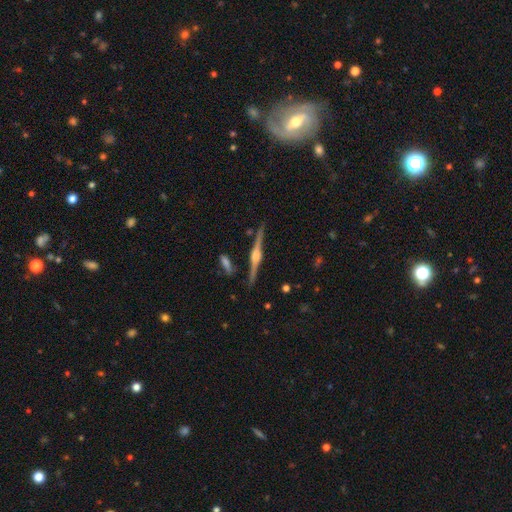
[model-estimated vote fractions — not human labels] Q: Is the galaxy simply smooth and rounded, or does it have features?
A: featured or disk — 88%.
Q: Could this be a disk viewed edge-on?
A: yes — 98%.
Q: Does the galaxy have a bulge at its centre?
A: rounded — 84%.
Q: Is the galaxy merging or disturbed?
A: none — 86%.